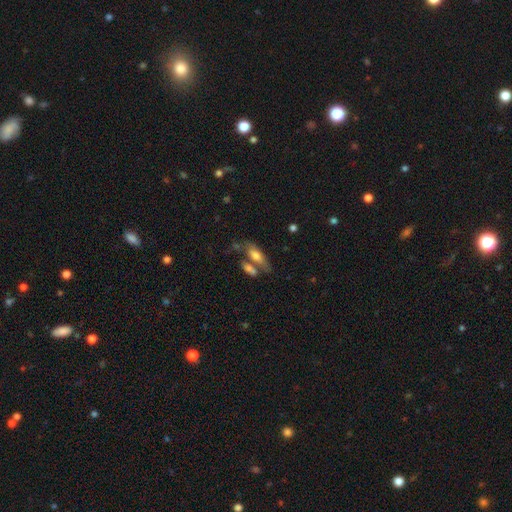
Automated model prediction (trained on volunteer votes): A smooth galaxy with no disk features (63%) that is in between round and cigar-shaped (68%). Merging: none (44%).